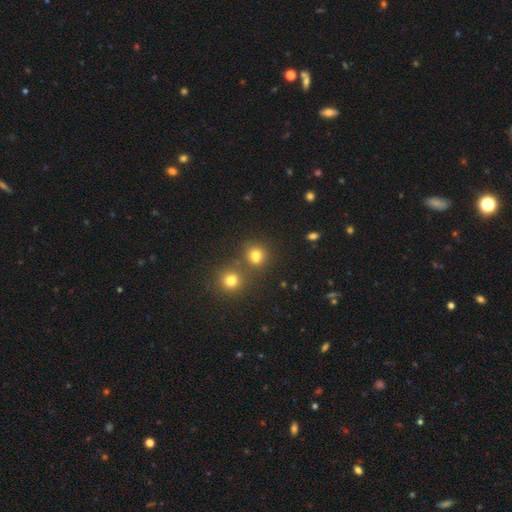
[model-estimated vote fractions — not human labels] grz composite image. It shows a smooth galaxy with no disk features (75%) that is round (80%). Merging: none (58%).